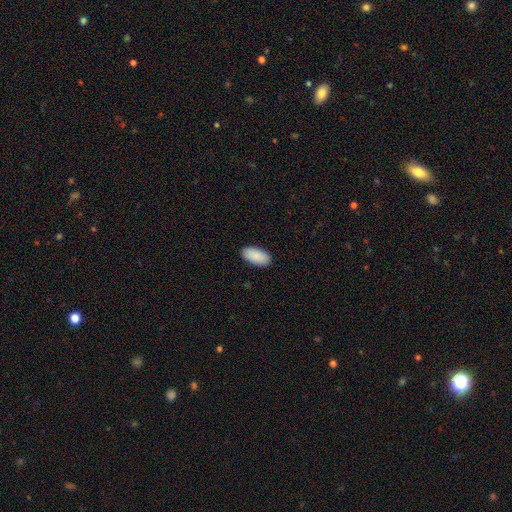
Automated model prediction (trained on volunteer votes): smooth-or-featured: smooth: 91% | star or artifact: 6% | featured or disk: 3%
  how-rounded: in between: 94% | cigar-shaped: 4% | round: 2%
  merging: none: 90% | minor disturbance: 8% | major disturbance: 2% | merger: 1%